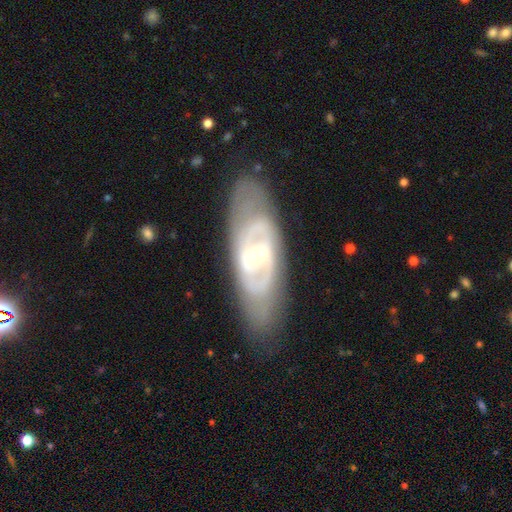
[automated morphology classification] featured or disk 80%, smooth 15%, star or artifact 6%. Down the decision tree: edge-on disk — no (87%); bar — weak (39%); spiral arms — yes (71%); bulge size — small (66%); merging — none (81%).